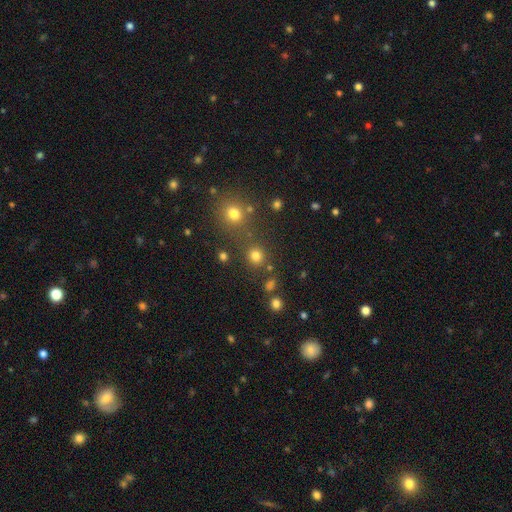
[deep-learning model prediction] smooth-or-featured: smooth: 78% | star or artifact: 17% | featured or disk: 5%
  how-rounded: round: 90% | in between: 9% | cigar-shaped: 1%
  merging: none: 77% | merger: 12% | minor disturbance: 7% | major disturbance: 4%